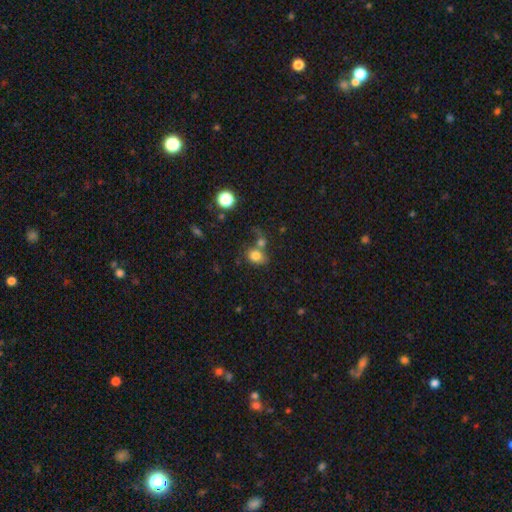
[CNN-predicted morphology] Smooth or featured: smooth — 79% (star or artifact — 12%)
How rounded: in between — 50% (round — 48%)
Merging: none — 45% (merger — 35%)